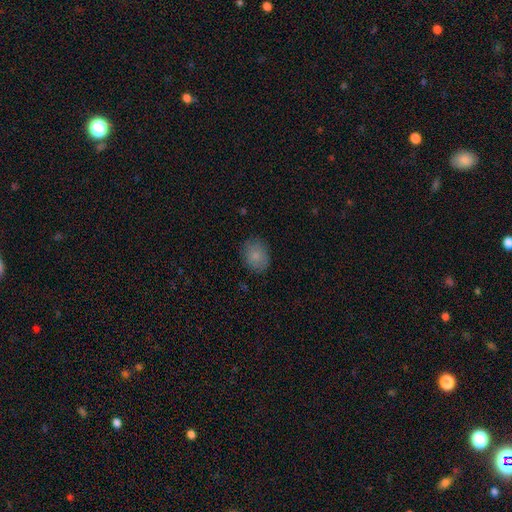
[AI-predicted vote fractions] Smooth or featured: smooth — 83% (featured or disk — 9%)
How rounded: in between — 56% (round — 43%)
Merging: none — 83% (minor disturbance — 13%)